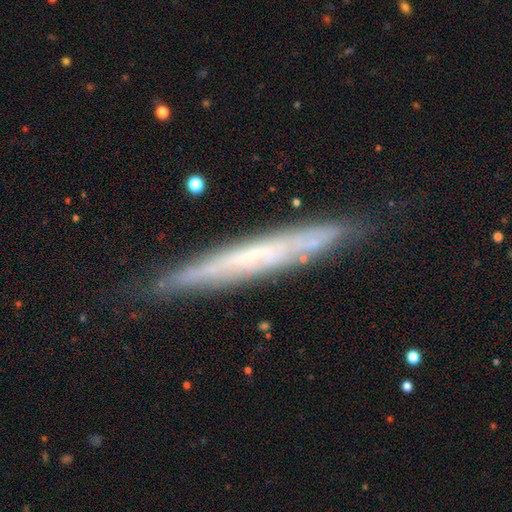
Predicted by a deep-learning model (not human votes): Q: Smooth or featured?
A: featured or disk (63%); runner-up: smooth (29%)
Q: Edge-on disk?
A: yes (86%); runner-up: no (14%)
Q: Edge-on bulge?
A: none (83%); runner-up: rounded (12%)
Q: Merging?
A: none (83%); runner-up: minor disturbance (13%)